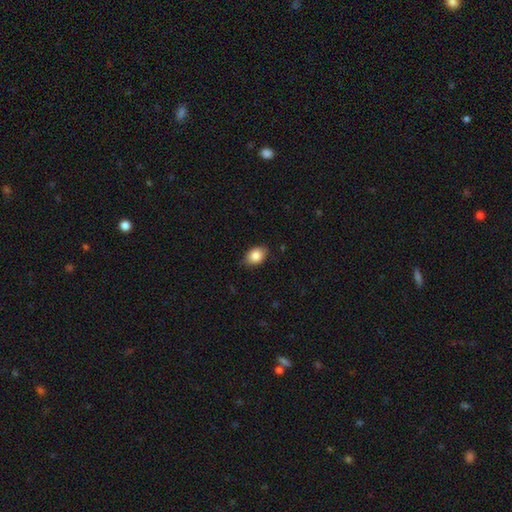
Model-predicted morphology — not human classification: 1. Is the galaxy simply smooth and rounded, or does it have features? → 86% smooth, 8% star or artifact, 6% featured or disk.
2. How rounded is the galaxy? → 74% in between, 25% round, 1% cigar-shaped.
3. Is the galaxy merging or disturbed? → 82% none, 15% minor disturbance, 3% major disturbance, 1% merger.